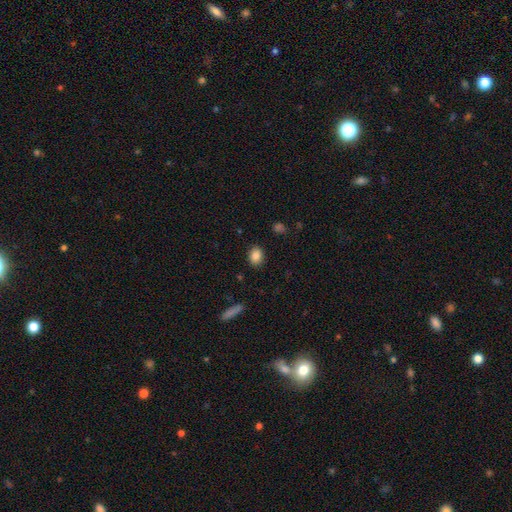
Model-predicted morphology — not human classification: A smooth galaxy with no disk features (86%) that is in between round and cigar-shaped (60%). Merging: none (87%).